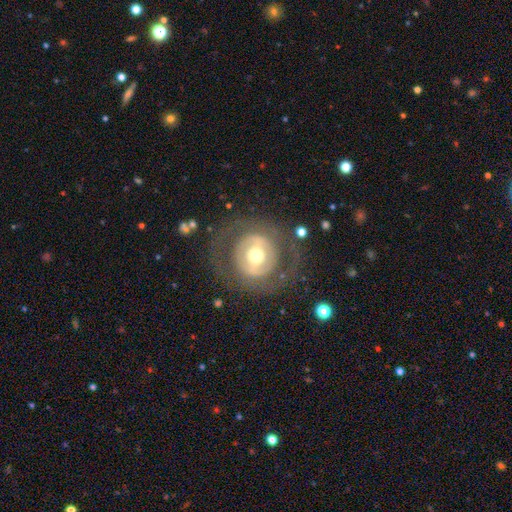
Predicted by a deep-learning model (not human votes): Smooth or featured? featured or disk (62%)
Edge-on disk? no (95%)
Bar? no (46%)
Spiral arms? no (70%)
Bulge size? moderate (67%)
Merging? none (75%)